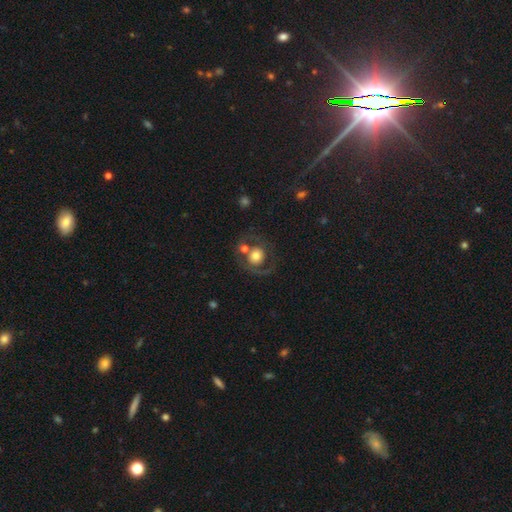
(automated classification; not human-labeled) This is possibly a smooth galaxy (47%). Merging: possibly none (53%).